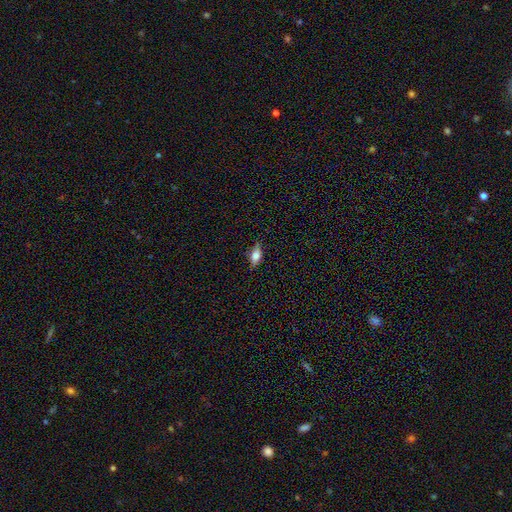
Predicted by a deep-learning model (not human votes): A smooth galaxy with no disk features (74%) that is in between round and cigar-shaped (82%).

Vote fractions:
- Smooth or featured? smooth: 74% / featured or disk: 17% / star or artifact: 9%
- How rounded? in between: 82% / cigar-shaped: 12% / round: 5%
- Merging? none: 80% / minor disturbance: 16% / major disturbance: 3% / merger: 1%